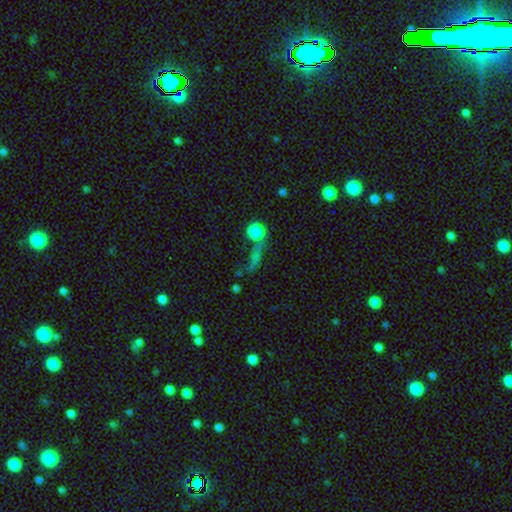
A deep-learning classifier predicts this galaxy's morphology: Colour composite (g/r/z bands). It shows a smooth galaxy with no disk features (54%) that is round (41%). Merging: none (47%).